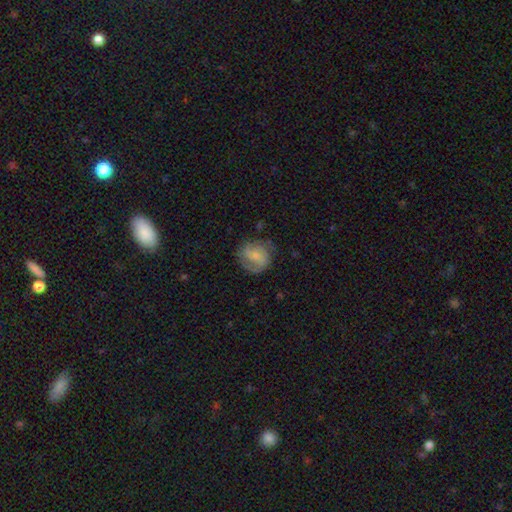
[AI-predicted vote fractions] Smooth or featured: featured or disk — 52% (smooth — 41%)
Edge-on disk: no — 98% (yes — 2%)
Bar: no — 53% (weak — 39%)
Spiral arms: yes — 86% (no — 14%)
Bulge size: small — 46% (moderate — 25%)
Merging: none — 67% (minor disturbance — 21%)